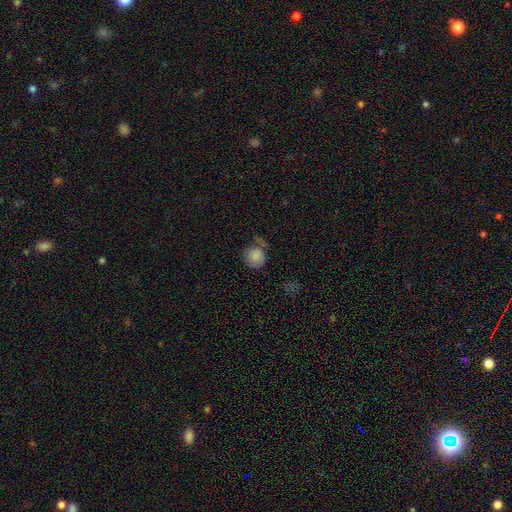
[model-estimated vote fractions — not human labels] Smooth or featured? Predicted: smooth (p=0.79). How rounded? Predicted: round (p=0.84). Merging? Predicted: none (p=0.55).